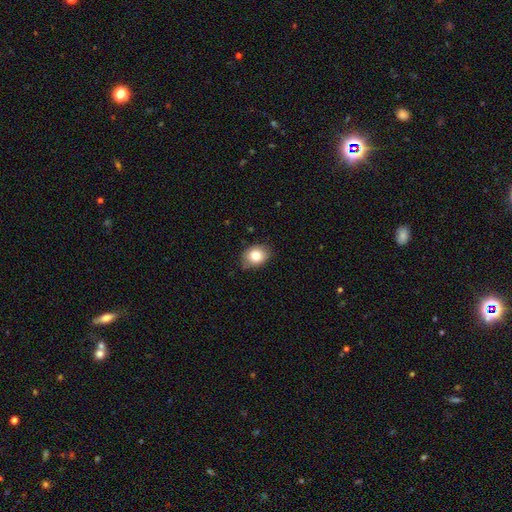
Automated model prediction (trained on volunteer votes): Smooth or featured?
  - smooth: 81% *
  - featured or disk: 10%
  - star or artifact: 9%
How rounded?
  - in between: 56% *
  - round: 43%
  - cigar-shaped: 1%
Merging?
  - none: 78% *
  - minor disturbance: 18%
  - major disturbance: 3%
  - merger: 1%